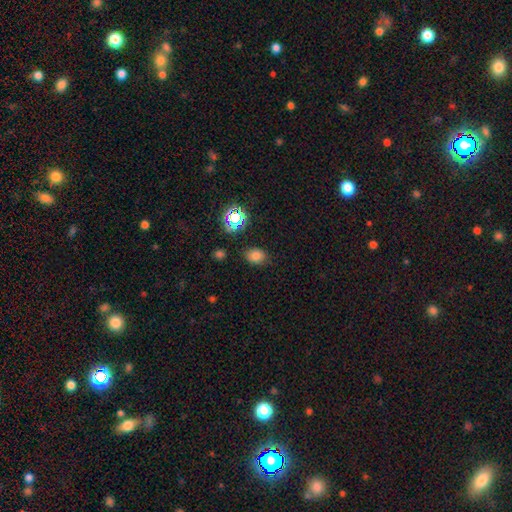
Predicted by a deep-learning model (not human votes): Smooth or featured: smooth — 73% (star or artifact — 19%)
How rounded: in between — 63% (round — 36%)
Merging: none — 81% (minor disturbance — 13%)